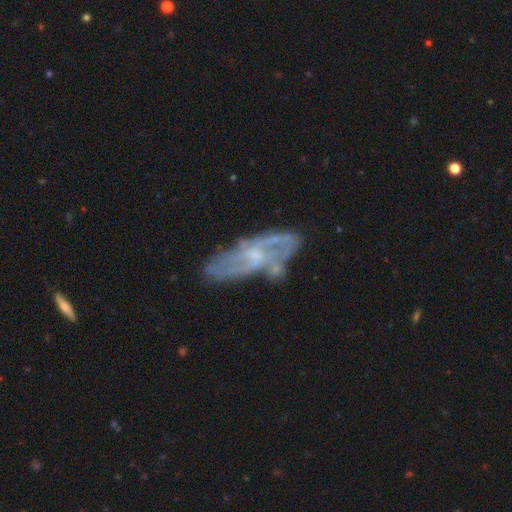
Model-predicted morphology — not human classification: A featured or disk galaxy (75%) with no bar (53%), spiral arms (72%) and a small central bulge (57%).

Vote fractions:
- Smooth or featured? featured or disk: 75% / smooth: 17% / star or artifact: 7%
- Edge-on disk? no: 84% / yes: 16%
- Bar? no: 53% / weak: 38% / strong: 8%
- Spiral arms? yes: 72% / no: 28%
- Bulge size? small: 57% / moderate: 26% / none: 15% / large: 2% / dominant: 1%
- Merging? none: 61% / minor disturbance: 20% / major disturbance: 11% / merger: 8%